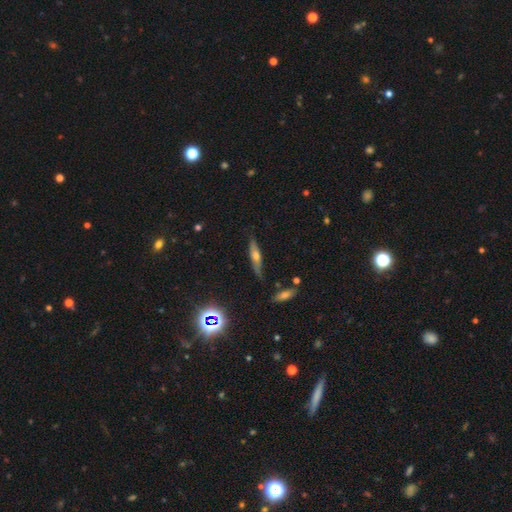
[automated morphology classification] featured or disk 46%, smooth 41%, star or artifact 13%. Down the decision tree: merging — none (74%).